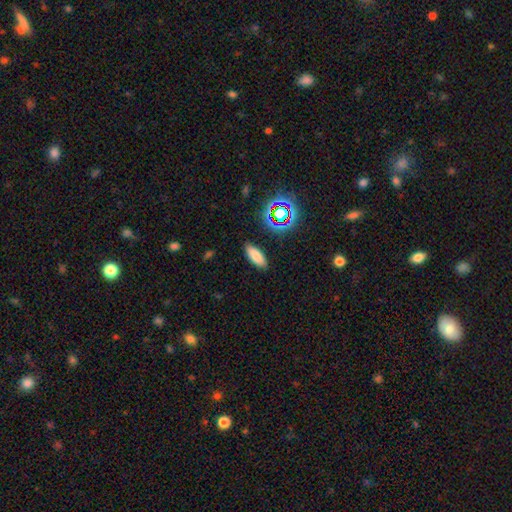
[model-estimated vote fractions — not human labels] Smooth or featured? smooth (78%)
How rounded? in between (70%)
Merging? none (87%)